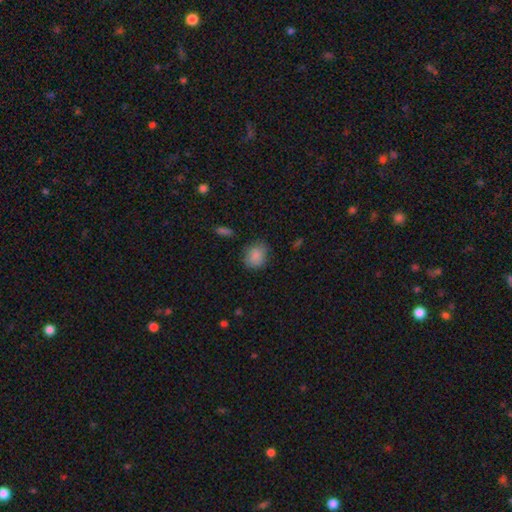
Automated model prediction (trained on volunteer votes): A smooth galaxy with no disk features (86%) that is round (68%).

Vote fractions:
- Smooth or featured? smooth: 86% / star or artifact: 8% / featured or disk: 5%
- How rounded? round: 68% / in between: 31% / cigar-shaped: 1%
- Merging? none: 77% / minor disturbance: 18% / major disturbance: 4% / merger: 2%